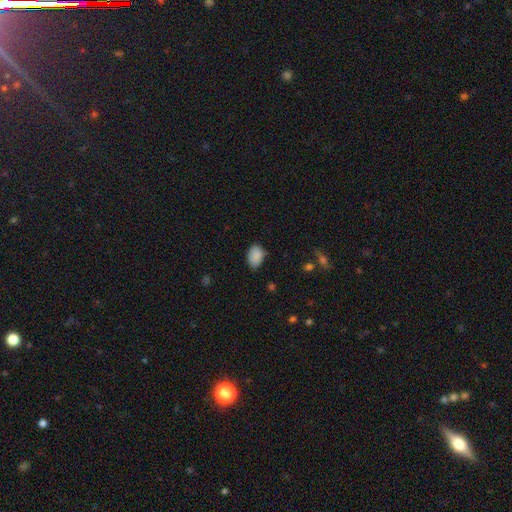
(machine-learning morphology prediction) Smooth or featured: smooth — 88% (star or artifact — 8%)
How rounded: in between — 86% (round — 13%)
Merging: none — 68% (minor disturbance — 26%)